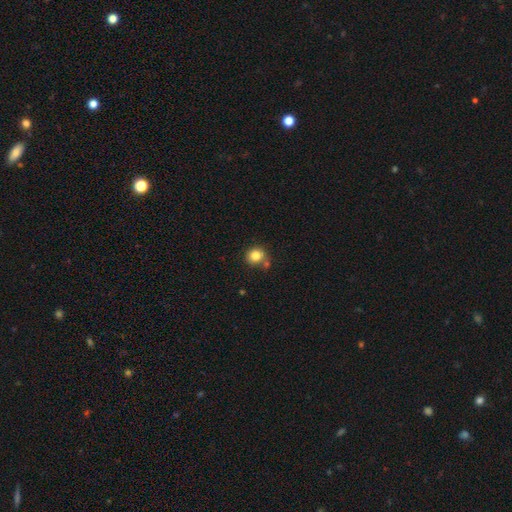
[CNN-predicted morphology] Smooth or featured?
  - smooth: 82% *
  - star or artifact: 11%
  - featured or disk: 8%
How rounded?
  - round: 87% *
  - in between: 12%
  - cigar-shaped: 1%
Merging?
  - none: 70% *
  - merger: 15%
  - minor disturbance: 12%
  - major disturbance: 3%